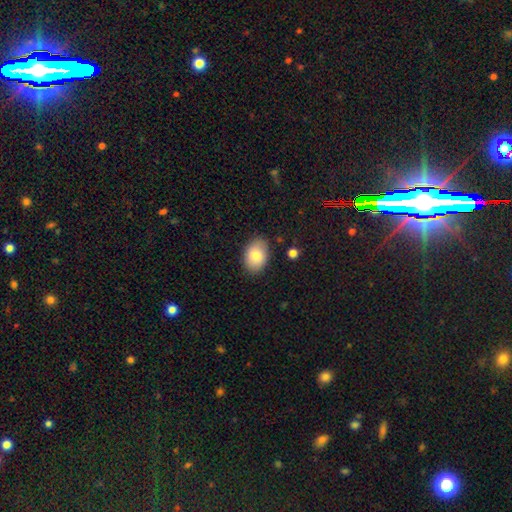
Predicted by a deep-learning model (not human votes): The model was most divided on "how rounded": in between: 84%, round: 15%, cigar-shaped: 1%. More confident: merging — none (84%); smooth or featured — smooth (83%).